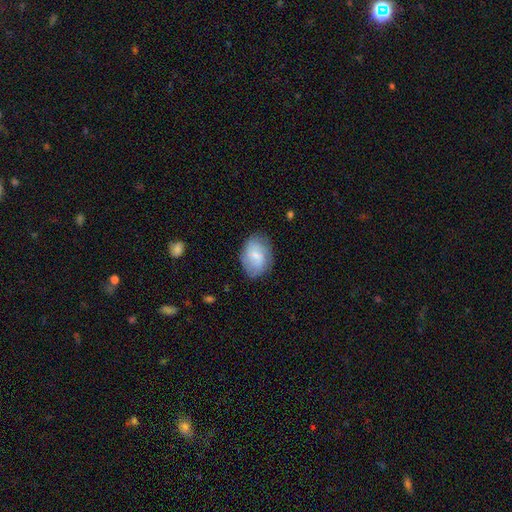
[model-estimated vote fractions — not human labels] Overall: smooth (61%; featured or disk 32%). How rounded: in between (71%). Merging: none (77%).